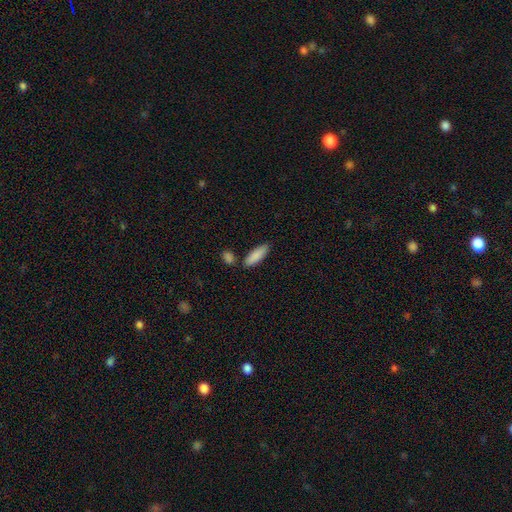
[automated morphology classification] Smooth or featured: smooth — 87% (featured or disk — 7%)
How rounded: in between — 55% (cigar-shaped — 43%)
Merging: none — 77% (minor disturbance — 12%)